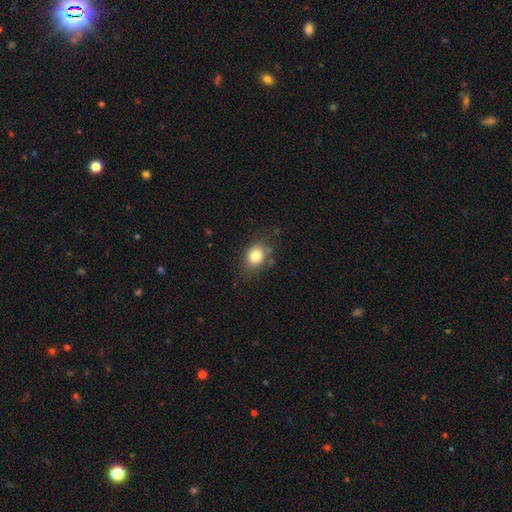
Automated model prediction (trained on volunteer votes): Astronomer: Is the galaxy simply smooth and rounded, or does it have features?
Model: smooth — 82%.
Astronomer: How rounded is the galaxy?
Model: round — 50% (runner-up: in between, 49%).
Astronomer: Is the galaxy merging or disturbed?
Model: none — 74%.